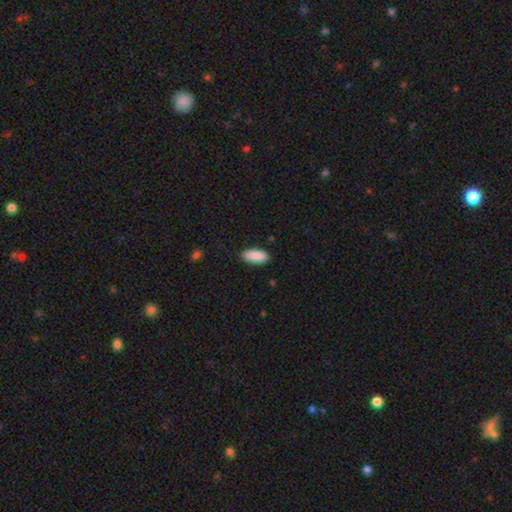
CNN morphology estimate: Q: Smooth or featured?
A: smooth (90%); runner-up: star or artifact (6%)
Q: How rounded?
A: in between (84%); runner-up: cigar-shaped (14%)
Q: Merging?
A: none (88%); runner-up: minor disturbance (9%)